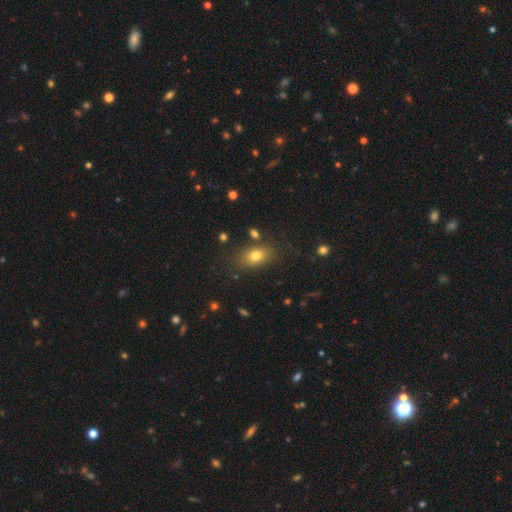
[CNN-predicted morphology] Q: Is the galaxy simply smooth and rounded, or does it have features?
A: smooth — 76%.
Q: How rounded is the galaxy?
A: in between — 82%.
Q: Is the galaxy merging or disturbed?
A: none — 79%.